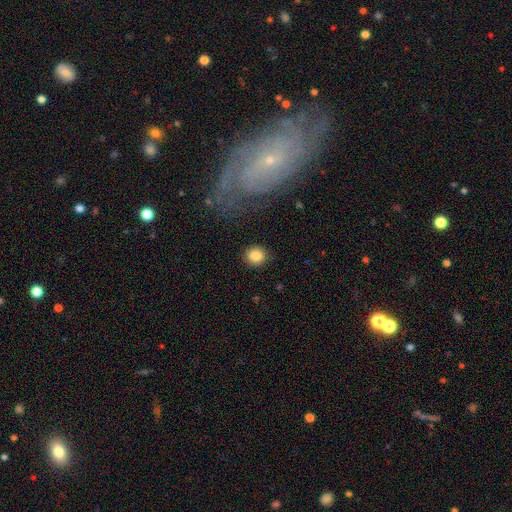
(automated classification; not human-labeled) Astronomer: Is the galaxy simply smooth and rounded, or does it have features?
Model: smooth — 84%.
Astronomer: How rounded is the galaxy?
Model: round — 88%.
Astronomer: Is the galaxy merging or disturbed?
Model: none — 90%.